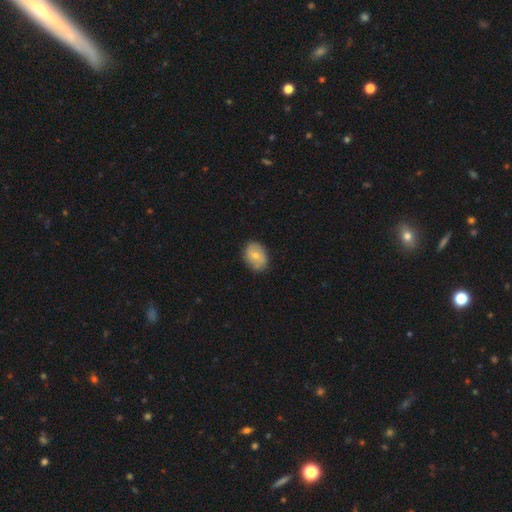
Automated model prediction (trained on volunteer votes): Smooth or featured? smooth (56%)
How rounded? in between (67%)
Merging? none (80%)